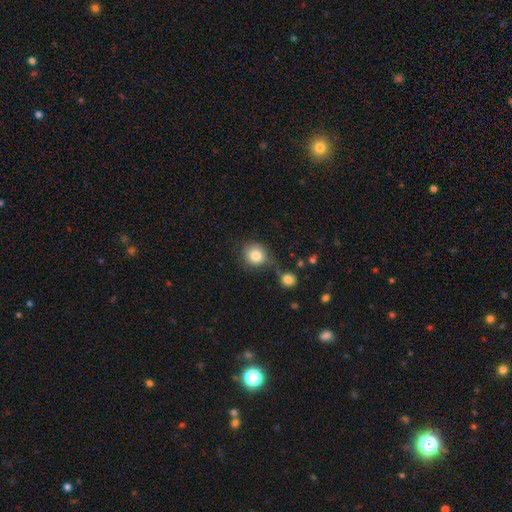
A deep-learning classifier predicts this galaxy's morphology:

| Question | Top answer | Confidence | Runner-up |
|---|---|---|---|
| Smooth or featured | smooth | 83% | star or artifact (9%) |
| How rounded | round | 82% | in between (17%) |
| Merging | none | 60% | minor disturbance (18%) |